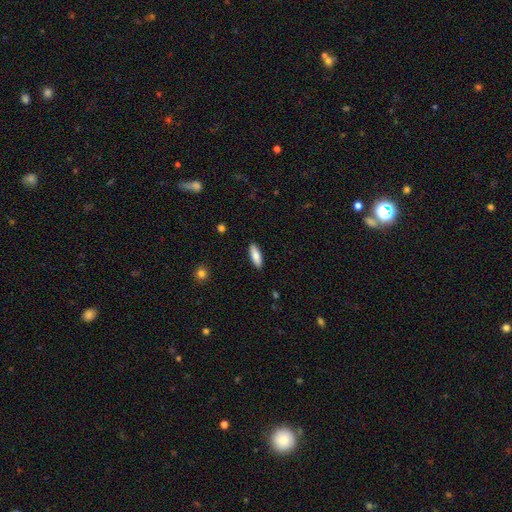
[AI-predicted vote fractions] Smooth or featured: smooth — 83% (featured or disk — 11%)
How rounded: in between — 55% (cigar-shaped — 43%)
Merging: none — 90% (minor disturbance — 8%)